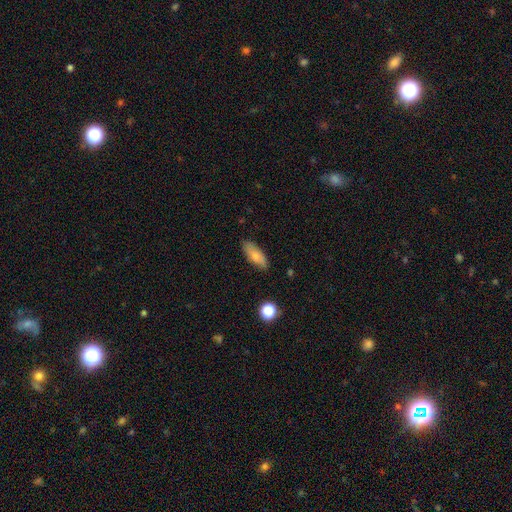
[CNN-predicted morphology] Smooth or featured?
  - smooth: 79% *
  - featured or disk: 14%
  - star or artifact: 7%
How rounded?
  - in between: 77% *
  - cigar-shaped: 20%
  - round: 2%
Merging?
  - none: 82% *
  - minor disturbance: 14%
  - major disturbance: 3%
  - merger: 1%